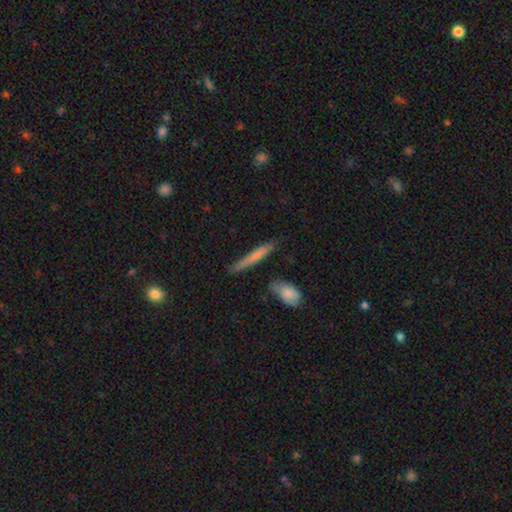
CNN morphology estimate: A smooth galaxy with no disk features (66%) that is cigar-shaped (93%).

Vote fractions:
- Smooth or featured? smooth: 66% / featured or disk: 28% / star or artifact: 6%
- How rounded? cigar-shaped: 93% / in between: 5% / round: 2%
- Merging? none: 77% / minor disturbance: 16% / merger: 4% / major disturbance: 3%